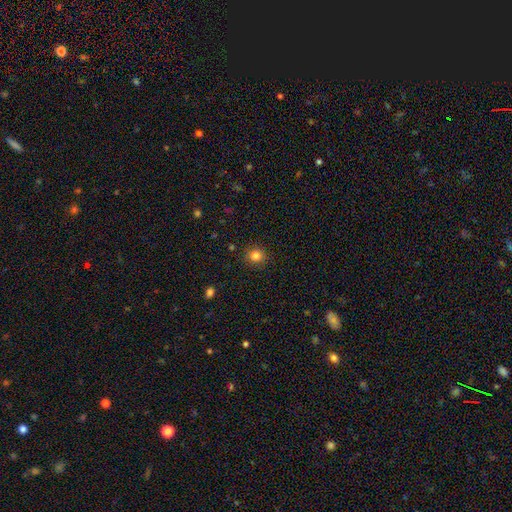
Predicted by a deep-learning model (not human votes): The model was most divided on "smooth or featured": smooth: 82%, star or artifact: 12%, featured or disk: 5%. More confident: how rounded — round (90%); merging — none (90%).